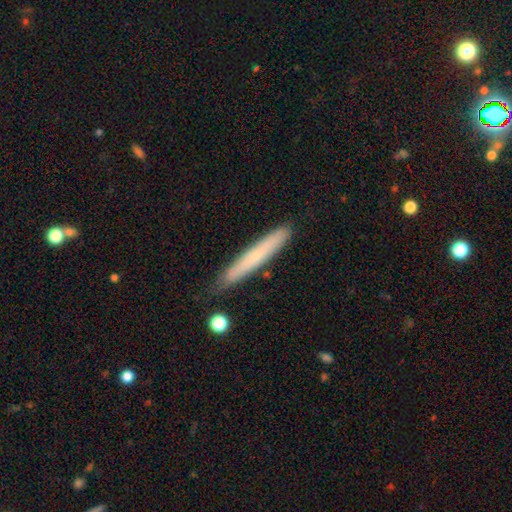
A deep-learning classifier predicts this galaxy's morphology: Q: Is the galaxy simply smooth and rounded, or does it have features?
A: smooth — 61%.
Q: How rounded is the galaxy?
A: cigar-shaped — 95%.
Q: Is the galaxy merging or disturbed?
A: none — 83%.